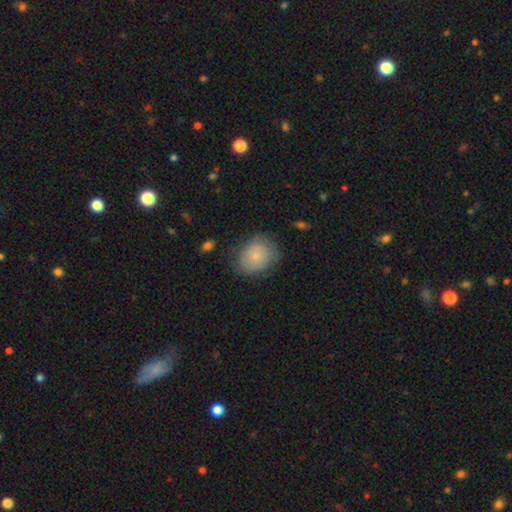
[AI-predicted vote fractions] Overall: smooth (73%). How rounded: round (56%; in between 43%). Merging: none (67%).